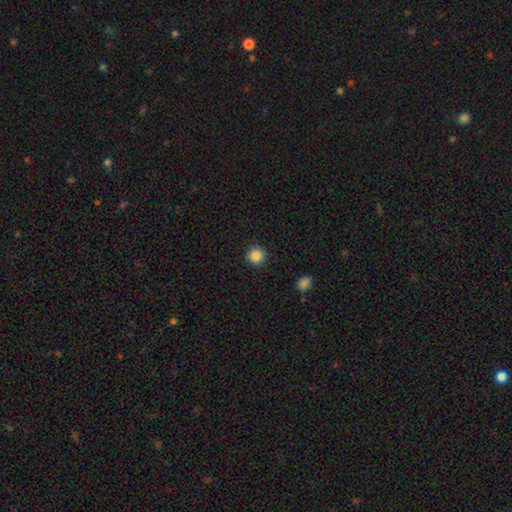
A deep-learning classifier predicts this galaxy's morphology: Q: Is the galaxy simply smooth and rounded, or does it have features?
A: smooth — 86%.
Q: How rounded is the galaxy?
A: round — 94%.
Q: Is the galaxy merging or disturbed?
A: none — 91%.